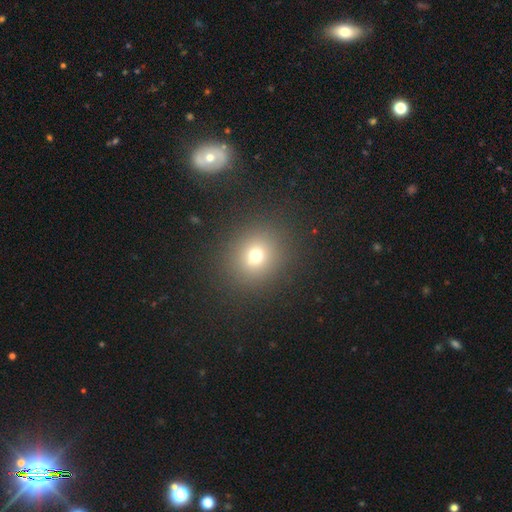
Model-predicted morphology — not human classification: smooth-or-featured: smooth: 71% | star or artifact: 19% | featured or disk: 10%
  how-rounded: round: 82% | in between: 17% | cigar-shaped: 1%
  merging: none: 88% | minor disturbance: 7% | major disturbance: 4% | merger: 1%